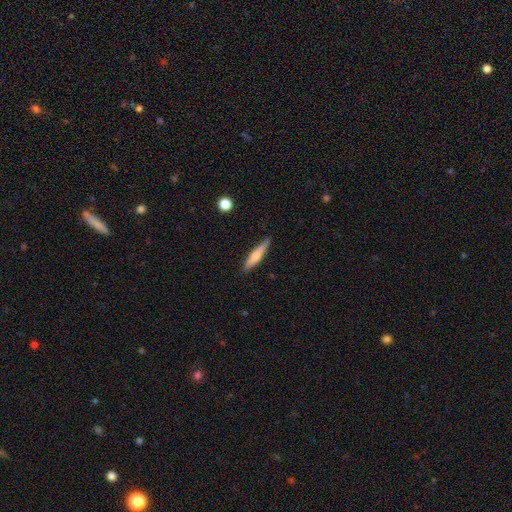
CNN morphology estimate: smooth_or_featured: smooth (p=0.64) [alt: featured or disk p=0.30]
how_rounded: cigar-shaped (p=0.85) [alt: in between p=0.14]
merging: none (p=0.86) [alt: minor disturbance p=0.11]